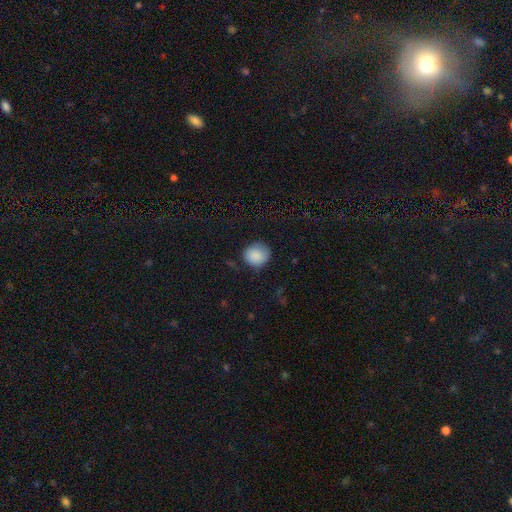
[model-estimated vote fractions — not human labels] Morphology: type=smooth (87%); roundness=round (83%); merging=none (76%).